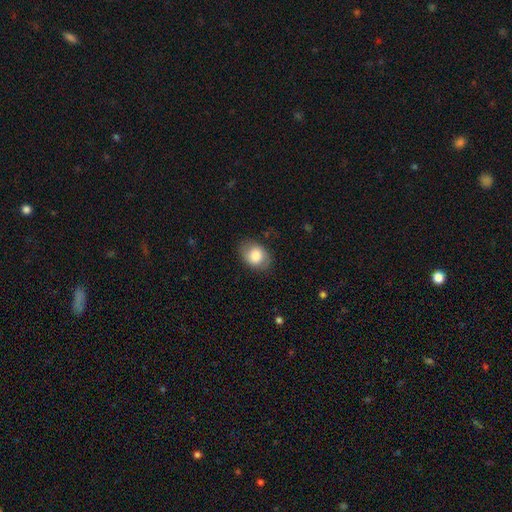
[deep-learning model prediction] This is likely a smooth galaxy (78%). How rounded: likely in between (66%). Merging: likely none (80%).